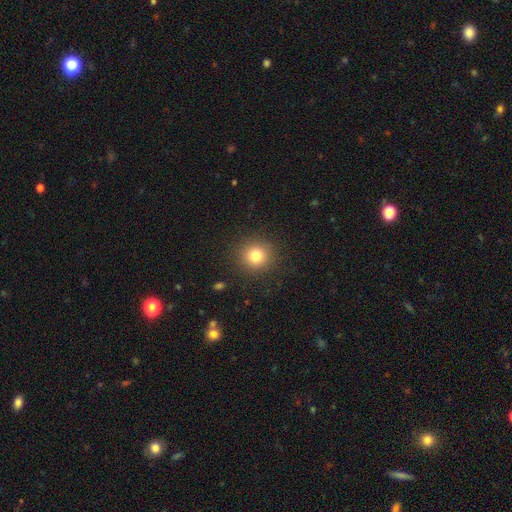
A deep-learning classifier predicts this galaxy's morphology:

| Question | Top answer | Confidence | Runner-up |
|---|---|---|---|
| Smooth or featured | smooth | 80% | star or artifact (13%) |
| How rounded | round | 91% | in between (8%) |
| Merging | none | 90% | minor disturbance (7%) |